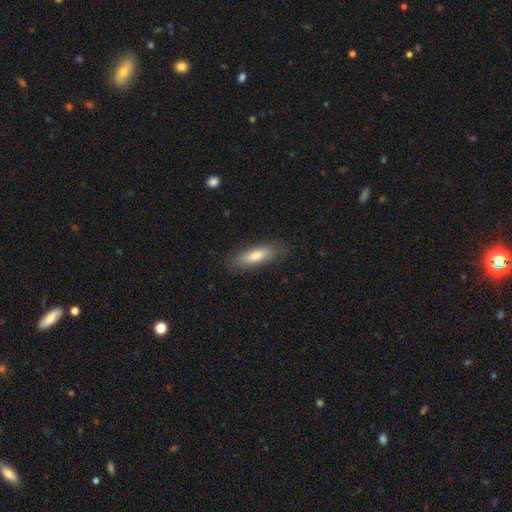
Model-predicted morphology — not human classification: Overall: smooth (77%). How rounded: cigar-shaped (50%; in between 48%). Merging: none (84%).